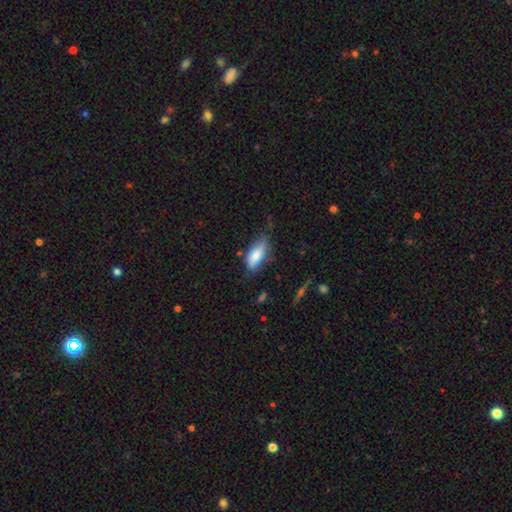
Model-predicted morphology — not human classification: This is likely a smooth galaxy (80%). How rounded: clearly in between (81%). Merging: possibly none (51%).